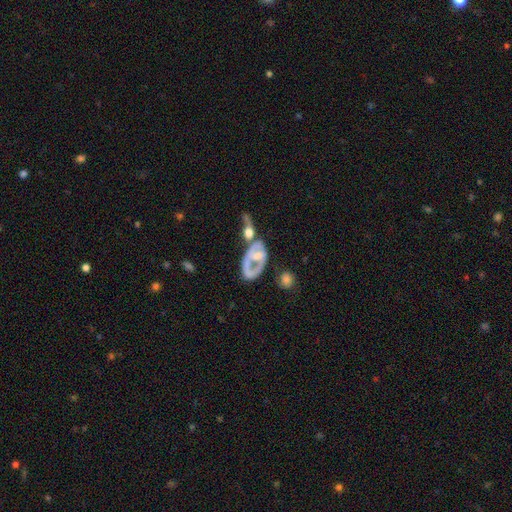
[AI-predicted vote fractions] Overall: featured or disk (67%). Edge-on disk: no (93%). Bar: no (68%). Spiral arms: no (61%; yes 39%). Bulge size: moderate (44%; small 31%). Merging: merger (38%; major disturbance 24%).